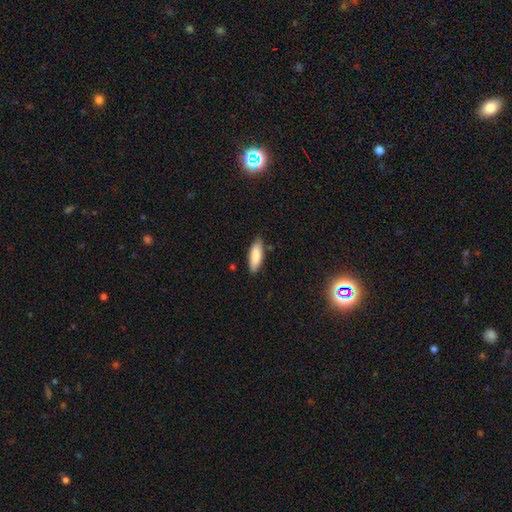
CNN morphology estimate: type=smooth (84%); roundness=in between (66%); merging=none (83%).